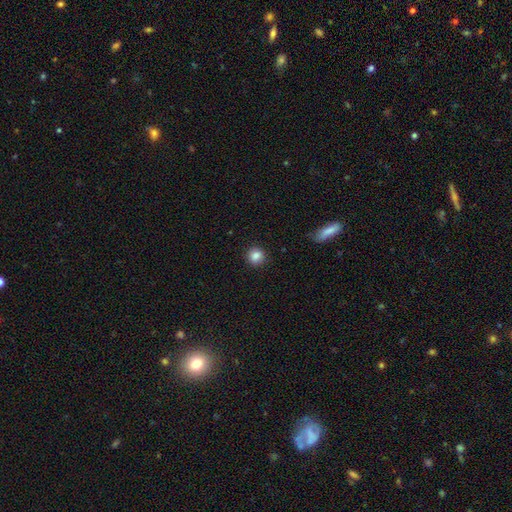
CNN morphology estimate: This is clearly a smooth galaxy (85%). How rounded: clearly round (84%). Merging: clearly none (88%).